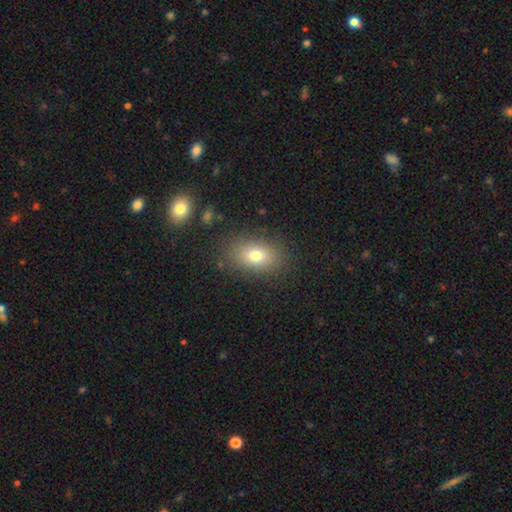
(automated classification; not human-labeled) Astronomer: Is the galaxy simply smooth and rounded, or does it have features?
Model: smooth — 74%.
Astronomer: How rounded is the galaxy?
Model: in between — 78%.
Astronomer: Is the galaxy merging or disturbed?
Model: none — 83%.